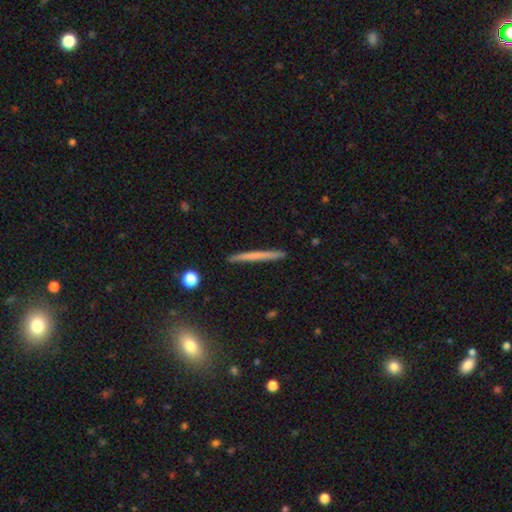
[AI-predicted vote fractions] Smooth or featured? Predicted: smooth (p=0.55). How rounded? Predicted: cigar-shaped (p=0.96). Merging? Predicted: none (p=0.92).